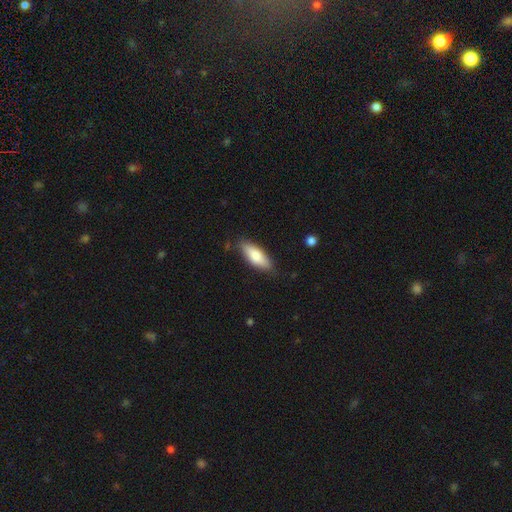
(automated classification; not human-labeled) smooth_or_featured: smooth (p=0.79) [alt: featured or disk p=0.16]
how_rounded: in between (p=0.66) [alt: cigar-shaped p=0.32]
merging: none (p=0.82) [alt: minor disturbance p=0.14]